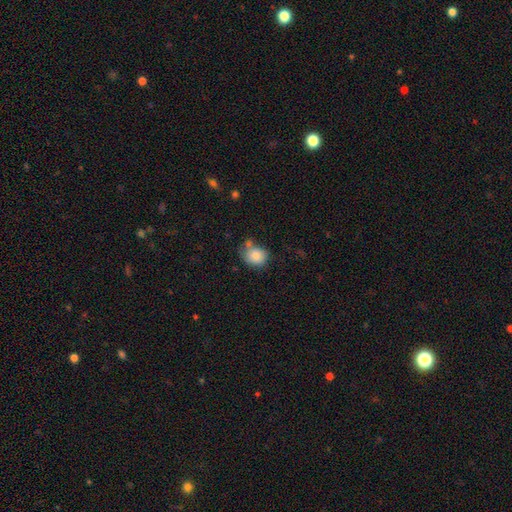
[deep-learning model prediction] This appears to be a smooth galaxy with no disk features (84%) that is round (61%). Merging: none (53%).